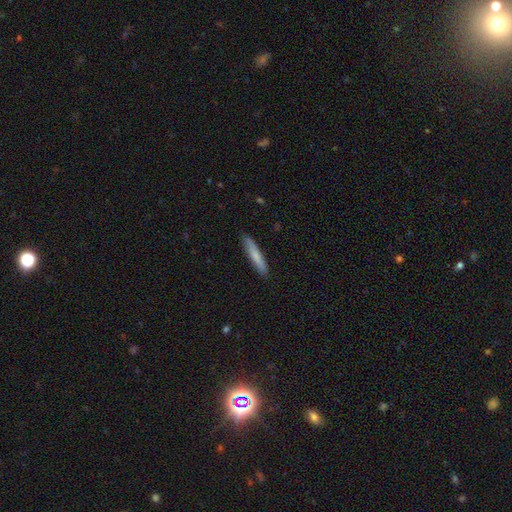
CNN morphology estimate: This appears to be a smooth galaxy with no disk features (76%) that is cigar-shaped (93%). Merging: none (90%).